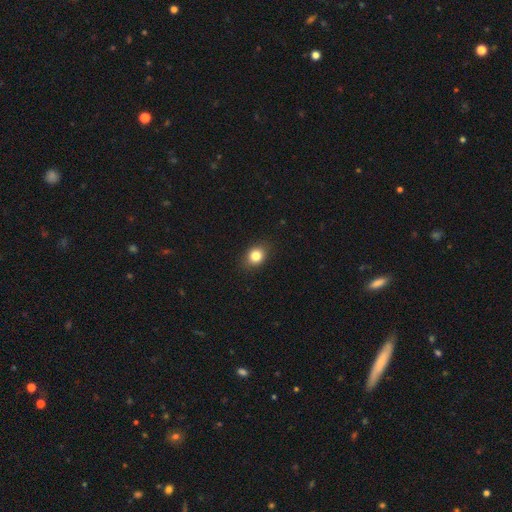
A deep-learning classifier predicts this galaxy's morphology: type=smooth (83%); roundness=round (54%); merging=none (87%).